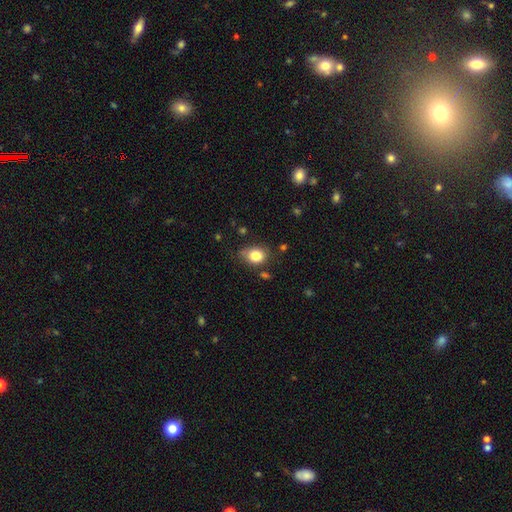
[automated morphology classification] Smooth or featured?
  - smooth: 82% *
  - star or artifact: 10%
  - featured or disk: 8%
How rounded?
  - in between: 55% *
  - round: 44%
  - cigar-shaped: 1%
Merging?
  - none: 69% *
  - minor disturbance: 22%
  - major disturbance: 5%
  - merger: 4%